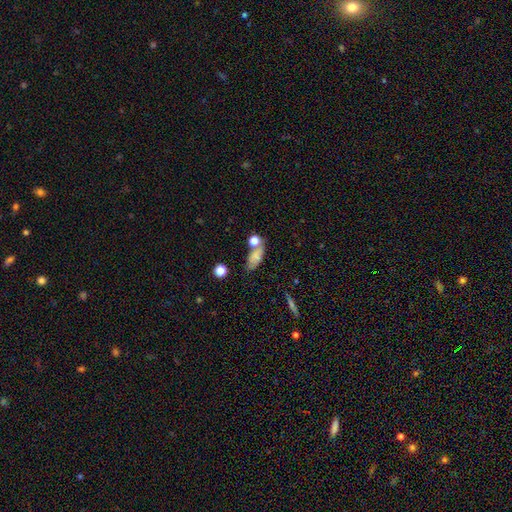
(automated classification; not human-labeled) Q: Smooth or featured?
A: smooth (72%); runner-up: featured or disk (17%)
Q: How rounded?
A: in between (76%); runner-up: cigar-shaped (14%)
Q: Merging?
A: none (50%); runner-up: merger (22%)